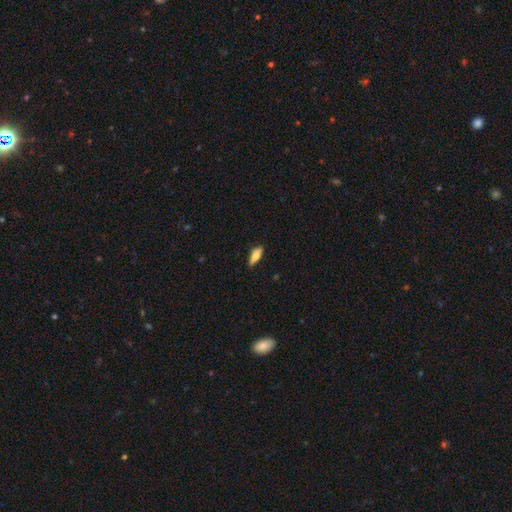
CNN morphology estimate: Smooth or featured? Predicted: smooth (p=0.67). How rounded? Predicted: in between (p=0.63). Merging? Predicted: none (p=0.83).